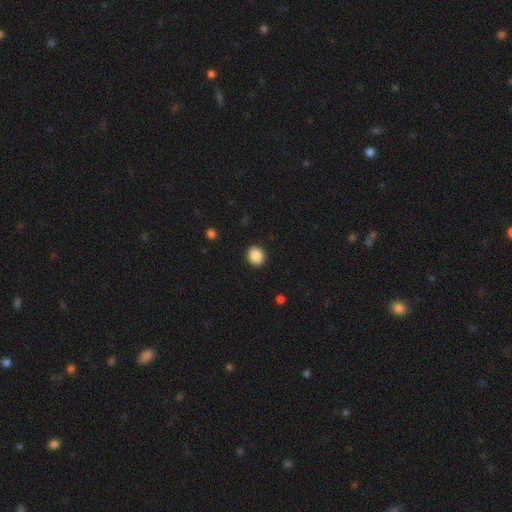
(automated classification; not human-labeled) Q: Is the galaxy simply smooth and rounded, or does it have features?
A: smooth — 88%.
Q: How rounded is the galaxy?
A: round — 76%.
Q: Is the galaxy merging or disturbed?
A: none — 92%.